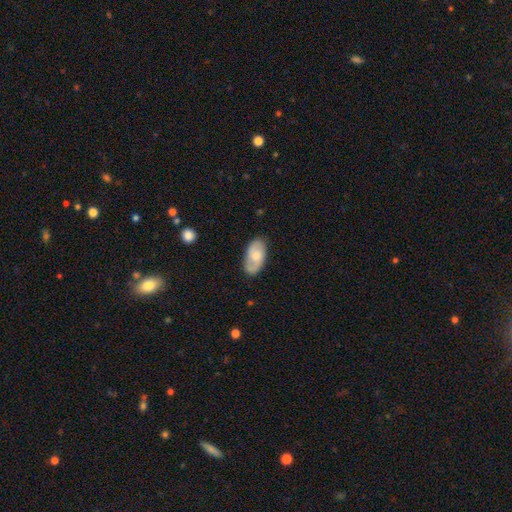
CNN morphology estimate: type=smooth (55%); roundness=in between (94%); merging=none (78%).